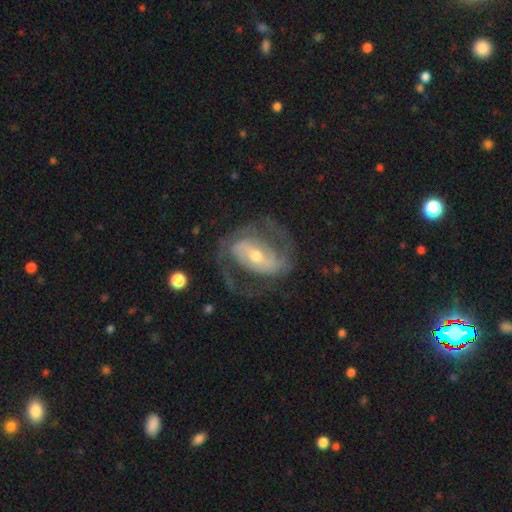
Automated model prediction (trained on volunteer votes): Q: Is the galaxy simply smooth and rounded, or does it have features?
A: featured or disk — 88%.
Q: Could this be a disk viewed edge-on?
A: no — 97%.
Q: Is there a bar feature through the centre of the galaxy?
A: strong — 39%, tied with weak.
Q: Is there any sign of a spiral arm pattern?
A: yes — 94%.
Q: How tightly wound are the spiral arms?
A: medium — 53%.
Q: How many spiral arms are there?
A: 2 — 84%.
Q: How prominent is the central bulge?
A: moderate — 51%.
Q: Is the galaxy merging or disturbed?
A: none — 67%.